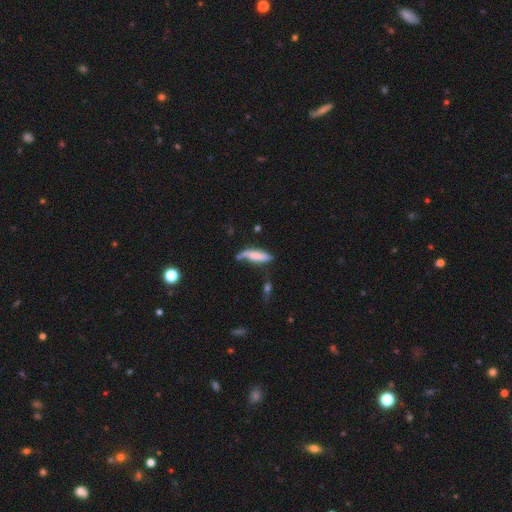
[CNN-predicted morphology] Smooth or featured: smooth — 67% (featured or disk — 25%)
How rounded: cigar-shaped — 64% (in between — 34%)
Merging: none — 43% (minor disturbance — 28%)